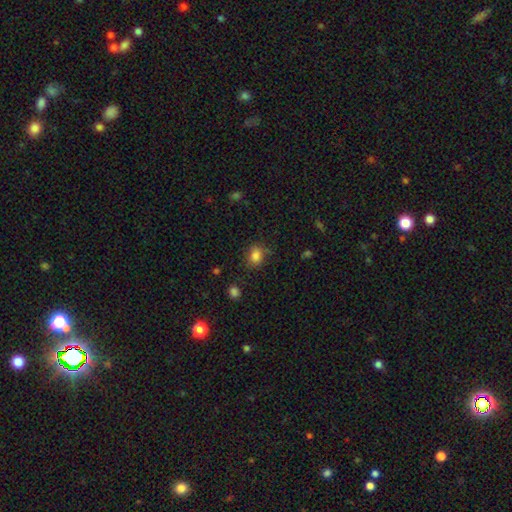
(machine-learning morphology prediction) Smooth or featured: smooth — 83% (star or artifact — 11%)
How rounded: in between — 54% (round — 44%)
Merging: none — 74% (minor disturbance — 18%)